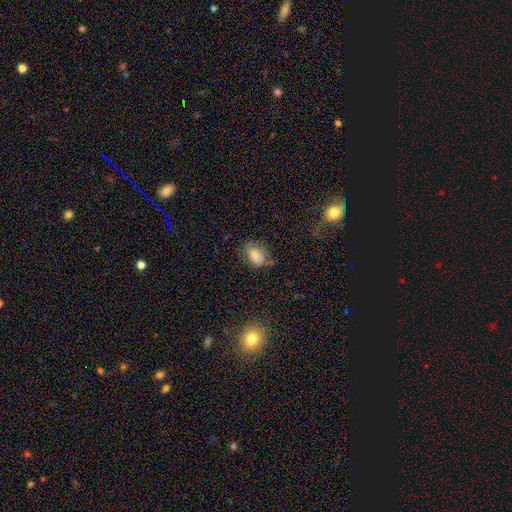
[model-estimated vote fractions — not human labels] This appears to be a smooth galaxy with no disk features (73%) that is in between round and cigar-shaped (84%). Merging: none (54%).